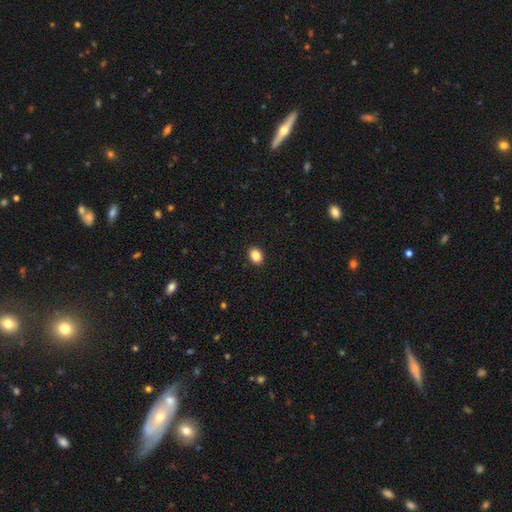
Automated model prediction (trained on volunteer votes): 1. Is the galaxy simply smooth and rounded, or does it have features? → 86% smooth, 9% star or artifact, 4% featured or disk.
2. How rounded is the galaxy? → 62% in between, 37% round, 1% cigar-shaped.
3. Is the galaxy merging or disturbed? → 92% none, 6% minor disturbance, 2% major disturbance, 1% merger.